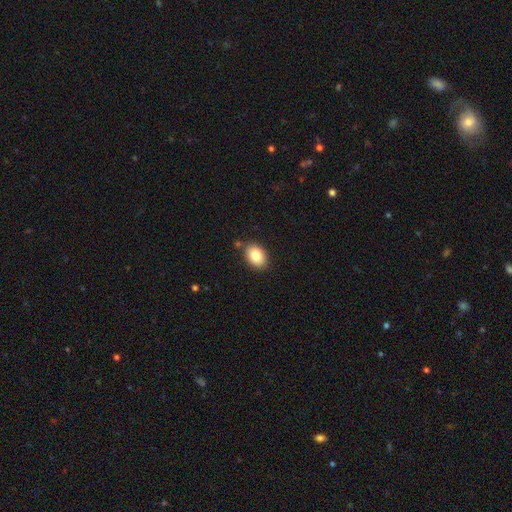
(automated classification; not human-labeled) Overall: smooth (84%). How rounded: in between (82%). Merging: none (83%).